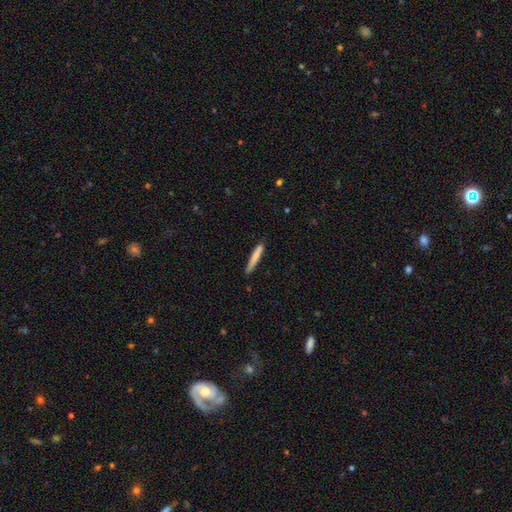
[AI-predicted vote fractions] smooth_or_featured: smooth (p=0.76) [alt: featured or disk p=0.19]
how_rounded: cigar-shaped (p=0.96) [alt: in between p=0.03]
merging: none (p=0.85) [alt: minor disturbance p=0.12]